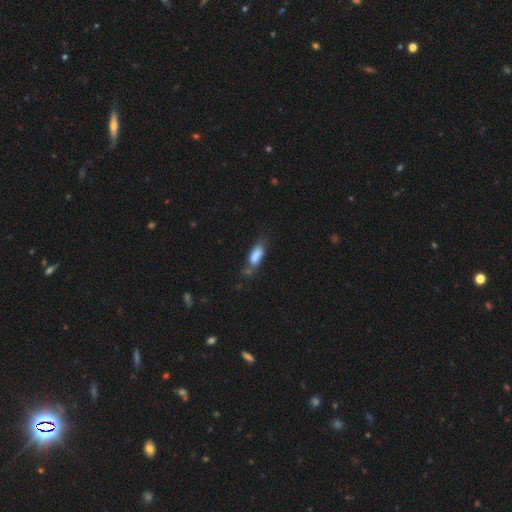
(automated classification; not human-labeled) A smooth galaxy with no disk features (79%) that is in between round and cigar-shaped (74%).

Vote fractions:
- Smooth or featured? smooth: 79% / featured or disk: 13% / star or artifact: 8%
- How rounded? in between: 74% / cigar-shaped: 23% / round: 3%
- Merging? none: 43% / minor disturbance: 31% / major disturbance: 15% / merger: 11%